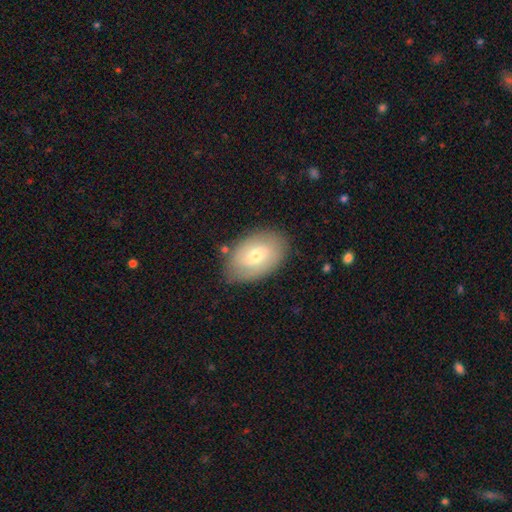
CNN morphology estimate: The model was most divided on "smooth or featured": smooth: 57%, featured or disk: 36%, star or artifact: 7%. More confident: how rounded — in between (87%); merging — none (82%).